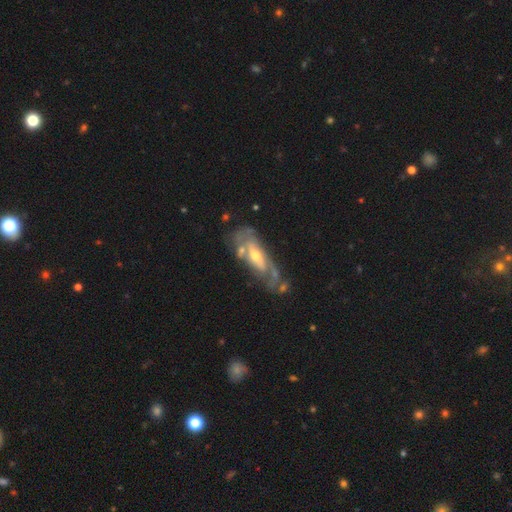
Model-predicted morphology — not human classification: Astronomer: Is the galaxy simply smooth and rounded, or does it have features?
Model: featured or disk — 76%.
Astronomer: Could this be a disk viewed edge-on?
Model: no — 84%.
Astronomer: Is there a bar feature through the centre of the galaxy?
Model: no — 52% (runner-up: weak, 31%).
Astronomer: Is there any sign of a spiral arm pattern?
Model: yes — 71%.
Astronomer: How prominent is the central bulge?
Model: moderate — 64%.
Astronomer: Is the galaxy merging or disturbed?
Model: none — 44% (runner-up: minor disturbance, 23%).